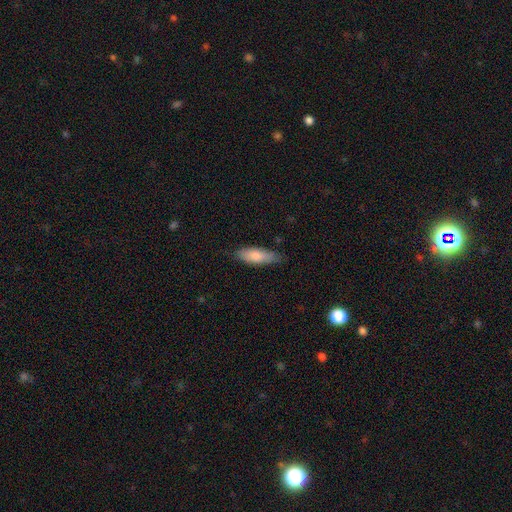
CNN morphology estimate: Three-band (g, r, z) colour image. It shows a smooth galaxy with no disk features (80%) that is in between round and cigar-shaped (61%). Merging: none (74%).